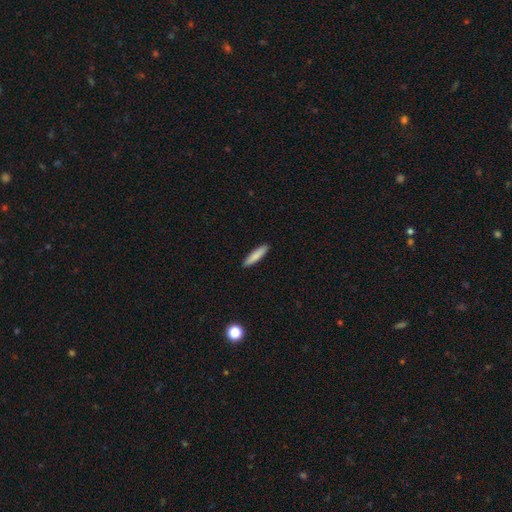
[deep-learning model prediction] This is clearly a smooth galaxy (85%). How rounded: clearly cigar-shaped (81%). Merging: clearly none (91%).